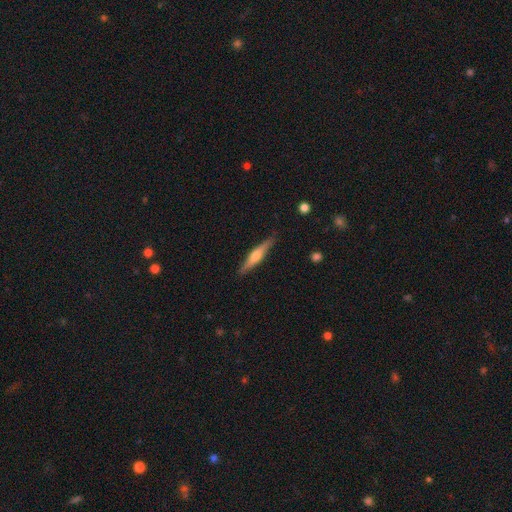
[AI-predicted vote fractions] featured or disk 61%, smooth 34%, star or artifact 5%. Down the decision tree: edge-on disk — yes (96%); edge-on bulge — rounded (90%); merging — none (86%).